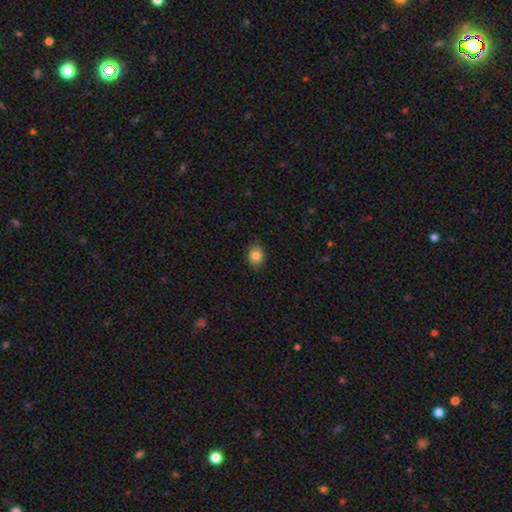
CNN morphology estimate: This is clearly a smooth galaxy (84%). How rounded: possibly round (54%). Merging: clearly none (85%).